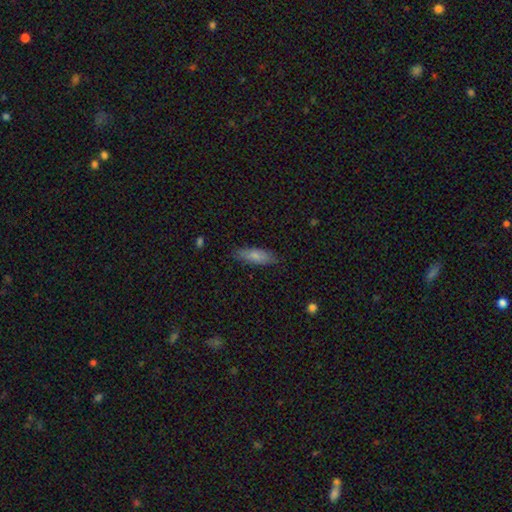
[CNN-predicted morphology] A smooth galaxy with no disk features (78%) that is in between round and cigar-shaped (61%). Merging: none (82%).